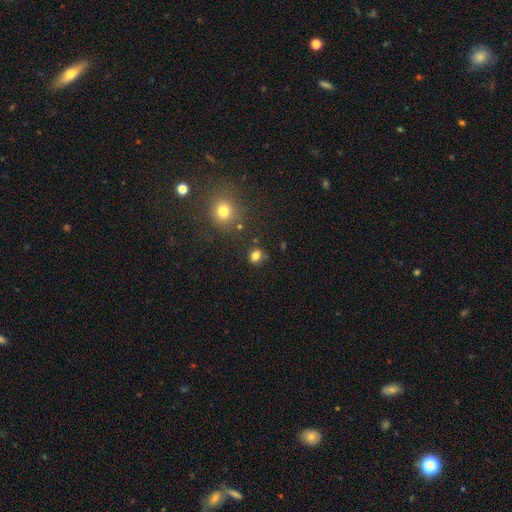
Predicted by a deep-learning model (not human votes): Q: Smooth or featured?
A: smooth (80%); runner-up: star or artifact (15%)
Q: How rounded?
A: round (69%); runner-up: in between (30%)
Q: Merging?
A: none (80%); runner-up: minor disturbance (11%)